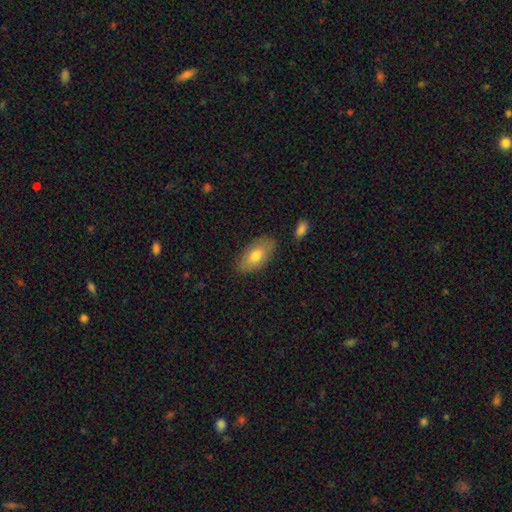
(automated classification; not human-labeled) This appears to be a smooth galaxy with no disk features (73%) that is in between round and cigar-shaped (92%). Merging: none (81%).